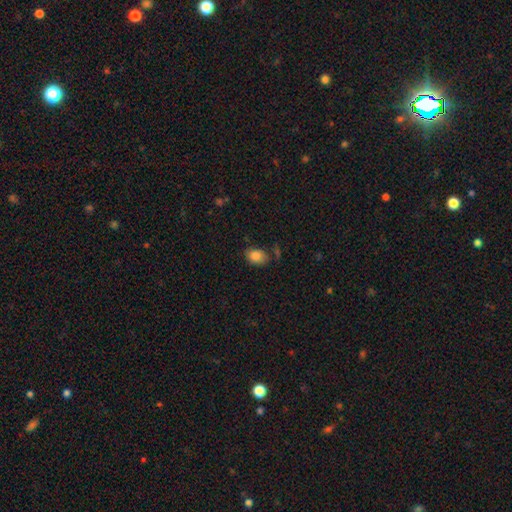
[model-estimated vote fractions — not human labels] smooth_or_featured: smooth (p=0.85) [alt: star or artifact p=0.09]
how_rounded: in between (p=0.70) [alt: round p=0.29]
merging: none (p=0.70) [alt: minor disturbance p=0.20]